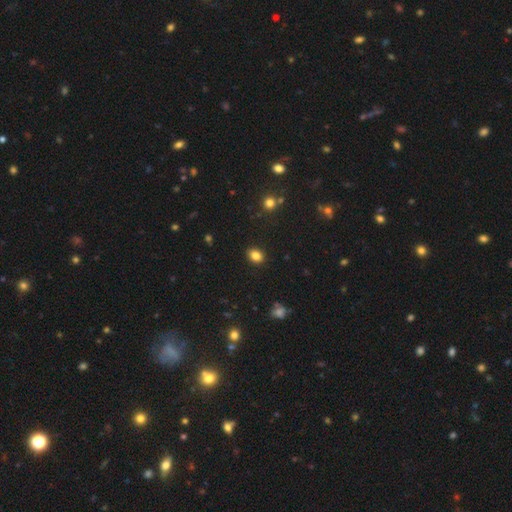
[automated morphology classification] smooth-or-featured: smooth: 84% | star or artifact: 11% | featured or disk: 5%
  how-rounded: in between: 66% | round: 33% | cigar-shaped: 1%
  merging: none: 89% | minor disturbance: 8% | major disturbance: 2% | merger: 1%